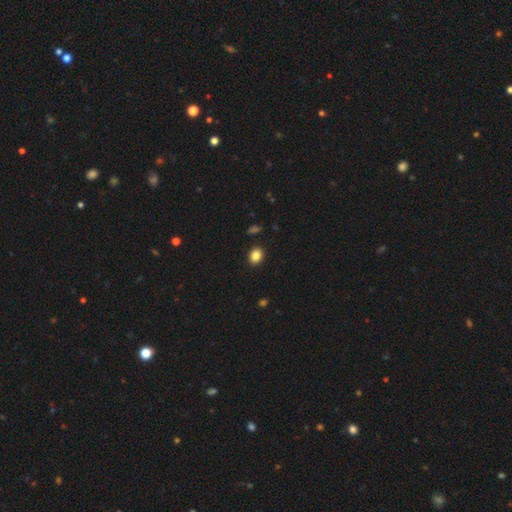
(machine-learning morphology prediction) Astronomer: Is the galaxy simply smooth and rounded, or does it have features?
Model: smooth — 85%.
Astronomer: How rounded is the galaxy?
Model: in between — 51% (runner-up: round, 48%).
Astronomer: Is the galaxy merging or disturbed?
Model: none — 90%.